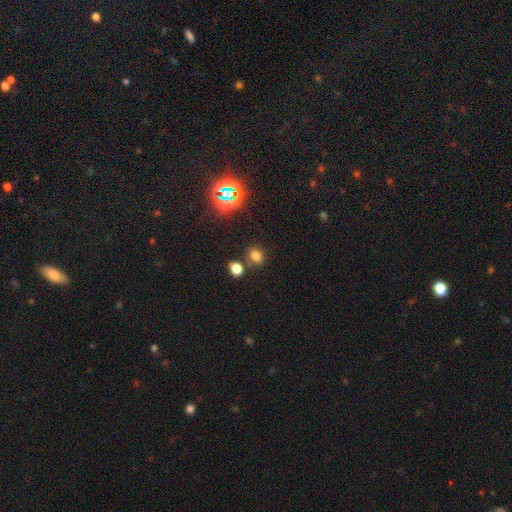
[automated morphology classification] smooth-or-featured: smooth: 70% | star or artifact: 23% | featured or disk: 7%
  how-rounded: round: 50% | in between: 49% | cigar-shaped: 1%
  merging: none: 72% | merger: 14% | minor disturbance: 10% | major disturbance: 4%